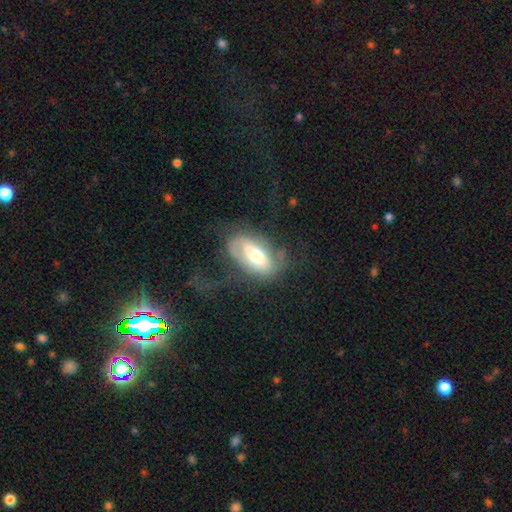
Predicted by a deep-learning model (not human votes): Smooth or featured? featured or disk (51%)
Edge-on disk? no (89%)
Merging? none (43%)